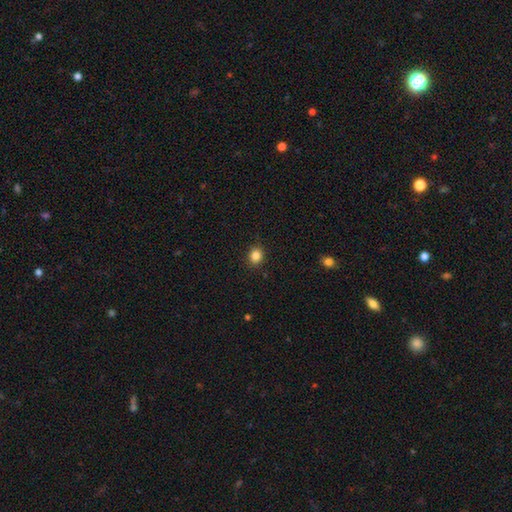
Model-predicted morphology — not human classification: A smooth galaxy with no disk features (84%) that is round (75%). Merging: none (89%).